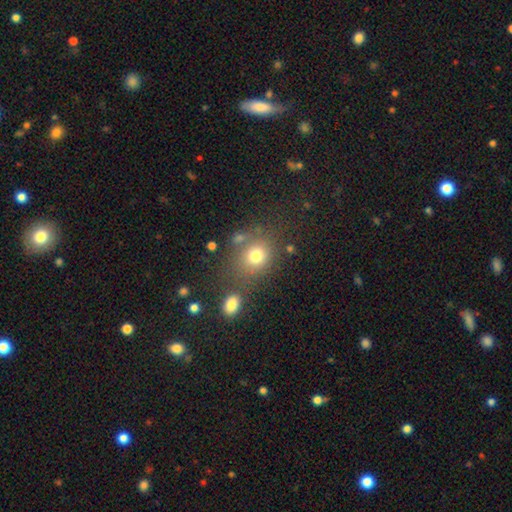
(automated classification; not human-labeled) smooth_or_featured: smooth (p=0.75) [alt: star or artifact p=0.14]
how_rounded: round (p=0.66) [alt: in between p=0.33]
merging: none (p=0.66) [alt: minor disturbance p=0.14]